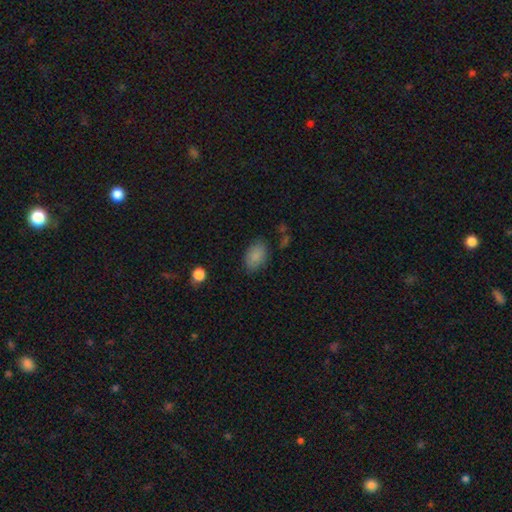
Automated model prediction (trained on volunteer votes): Overall: smooth (86%). How rounded: in between (89%). Merging: none (78%).